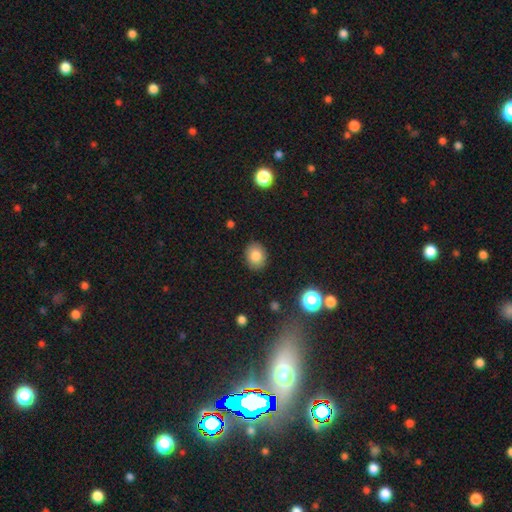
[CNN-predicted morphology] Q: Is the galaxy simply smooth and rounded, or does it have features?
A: smooth — 82%.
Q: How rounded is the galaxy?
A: round — 50%.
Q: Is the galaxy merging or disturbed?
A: none — 88%.